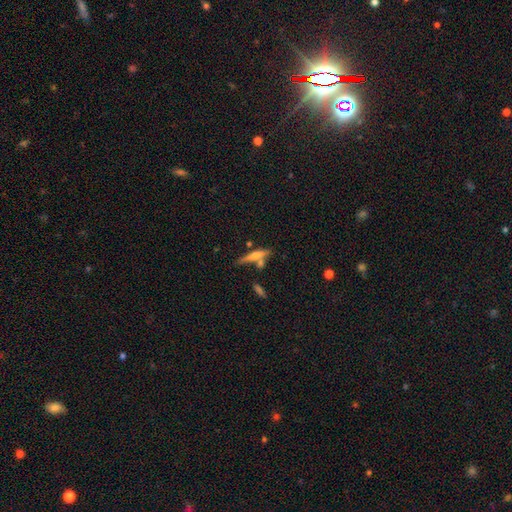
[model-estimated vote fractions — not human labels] A smooth galaxy with no disk features (50%). Merging: none (62%).